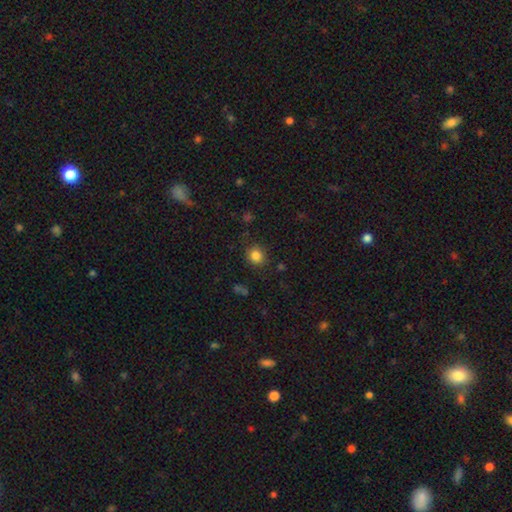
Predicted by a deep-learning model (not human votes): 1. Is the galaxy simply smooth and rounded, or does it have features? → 84% smooth, 11% star or artifact, 5% featured or disk.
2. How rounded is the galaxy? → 81% round, 18% in between, 1% cigar-shaped.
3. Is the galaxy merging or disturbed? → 85% none, 10% minor disturbance, 4% major disturbance, 2% merger.